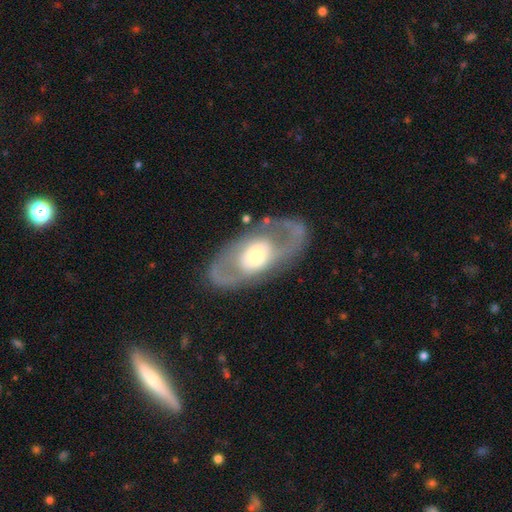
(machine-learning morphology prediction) Smooth or featured? Predicted: featured or disk (p=0.72). Edge-on disk? Predicted: no (p=0.91). Bar? Predicted: no (p=0.70). Spiral arms? Predicted: yes (p=0.54). Bulge size? Predicted: moderate (p=0.54). Merging? Predicted: none (p=0.76).